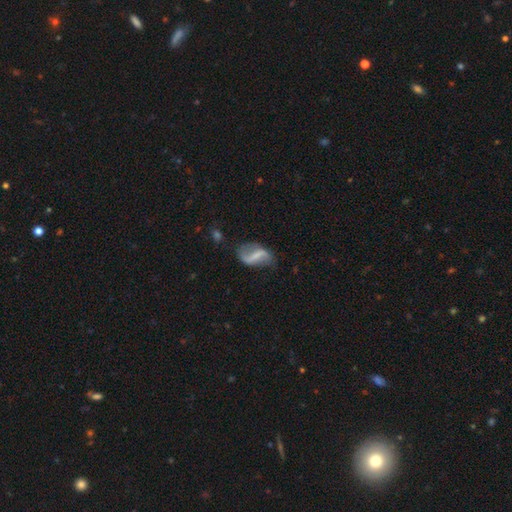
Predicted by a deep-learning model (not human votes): Morphology: type=featured or disk (72%); edge-on=no (96%); bar=strong (56%); spiral arms=yes (83%); winding=loose (79%); arm count=2 (87%); bulge=none (48%); merging=none (62%).